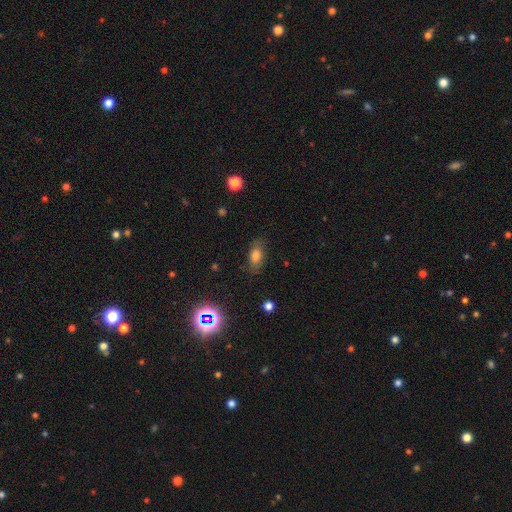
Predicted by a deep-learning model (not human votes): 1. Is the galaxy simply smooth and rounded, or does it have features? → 71% smooth, 15% featured or disk, 14% star or artifact.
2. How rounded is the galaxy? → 84% in between, 10% round, 6% cigar-shaped.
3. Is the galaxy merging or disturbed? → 78% none, 16% minor disturbance, 5% major disturbance, 1% merger.